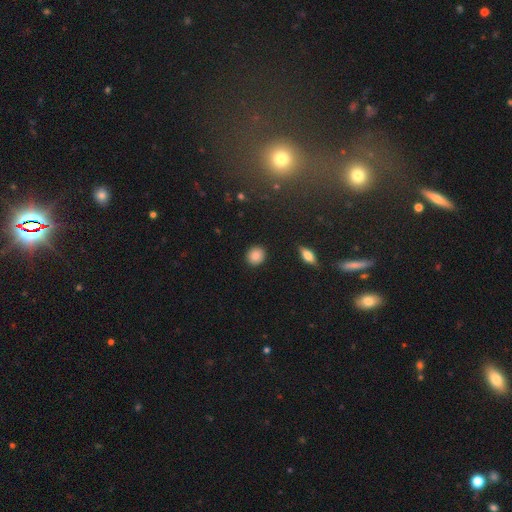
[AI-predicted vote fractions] Morphology: type=smooth (87%); roundness=round (80%); merging=none (90%).